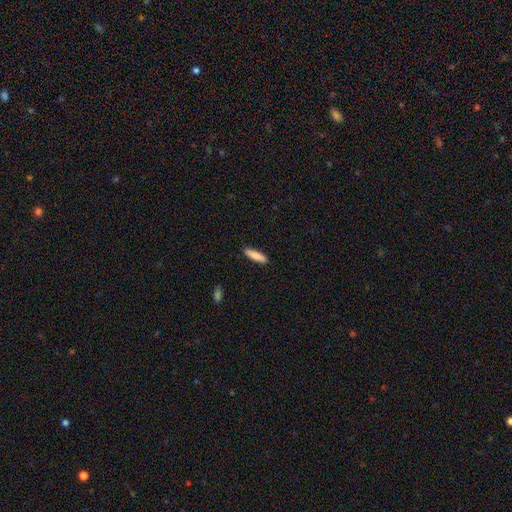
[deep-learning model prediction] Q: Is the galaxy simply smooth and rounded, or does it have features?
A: smooth — 85%.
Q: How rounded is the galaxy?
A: cigar-shaped — 76%.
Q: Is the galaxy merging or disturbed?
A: none — 90%.